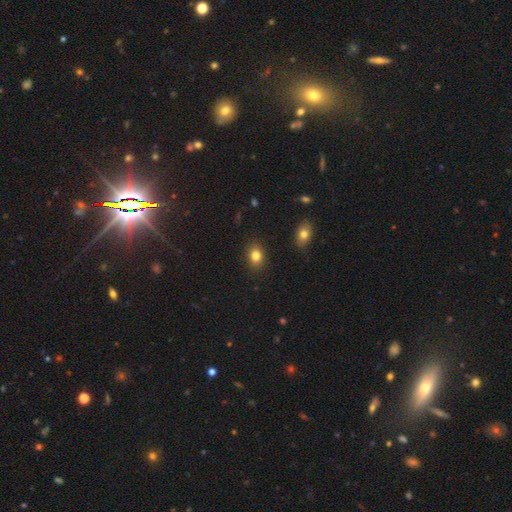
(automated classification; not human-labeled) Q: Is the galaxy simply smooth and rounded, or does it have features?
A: smooth — 82%.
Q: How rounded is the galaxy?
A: in between — 69%.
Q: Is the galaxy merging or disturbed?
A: none — 87%.